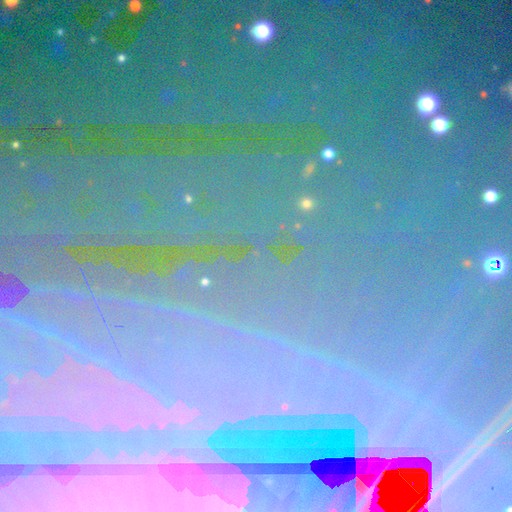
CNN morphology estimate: star or artifact 75%, featured or disk 14%, smooth 11%.